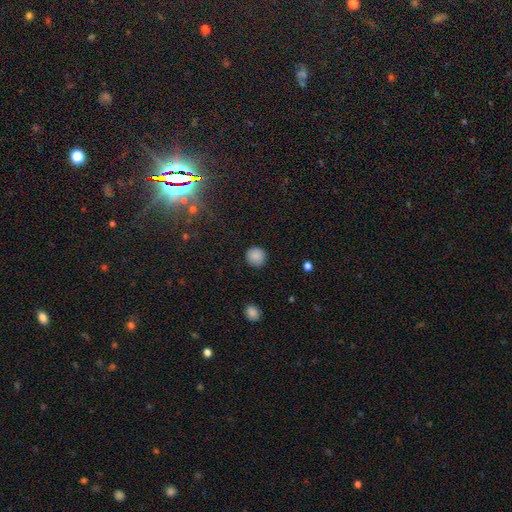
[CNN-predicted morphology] smooth_or_featured: smooth (p=0.87) [alt: star or artifact p=0.10]
how_rounded: round (p=0.94) [alt: in between p=0.05]
merging: none (p=0.90) [alt: minor disturbance p=0.06]